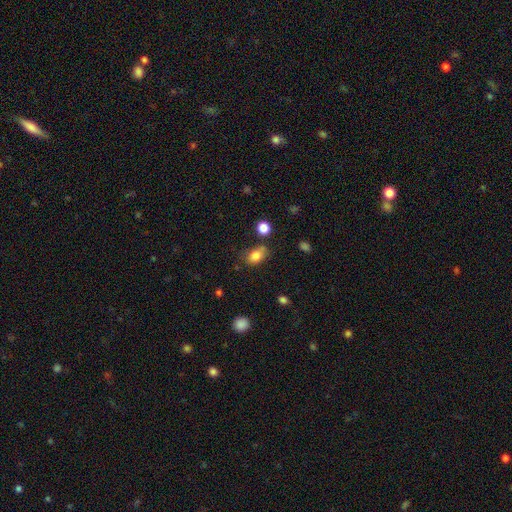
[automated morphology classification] type=smooth (82%); roundness=in between (76%); merging=none (63%).